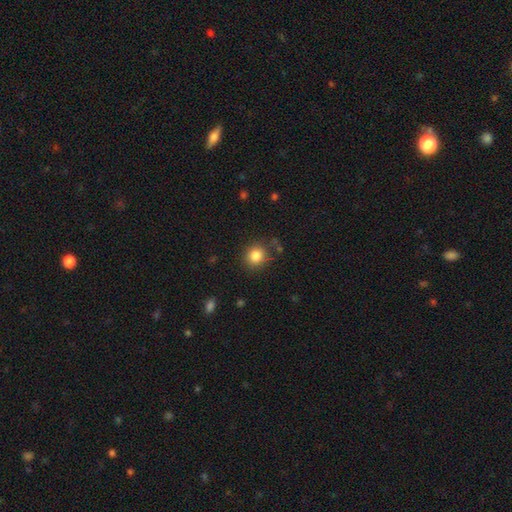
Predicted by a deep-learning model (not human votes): smooth 84%, star or artifact 11%, featured or disk 5%. Down the decision tree: how rounded — round (87%); merging — none (84%).